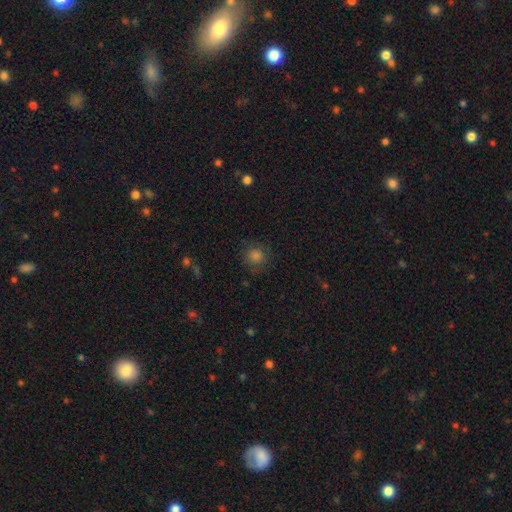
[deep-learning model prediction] This is likely a smooth galaxy (74%). How rounded: clearly round (89%). Merging: clearly none (81%).